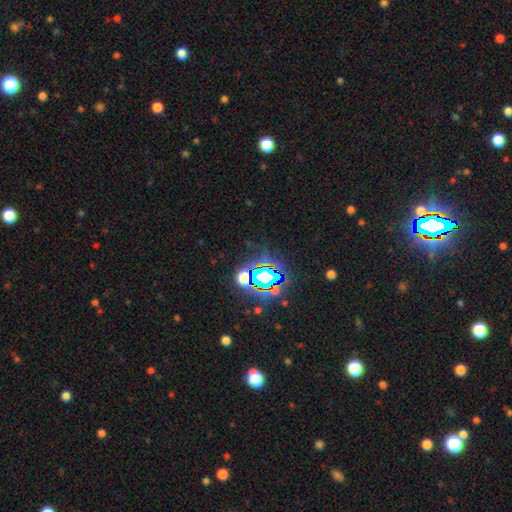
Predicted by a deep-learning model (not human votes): star or artifact 83%, smooth 10%, featured or disk 7%.